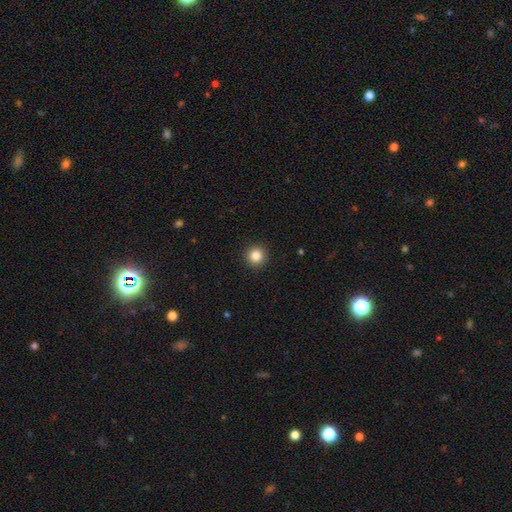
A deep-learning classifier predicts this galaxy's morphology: This is clearly a smooth galaxy (85%). How rounded: clearly round (95%). Merging: clearly none (93%).